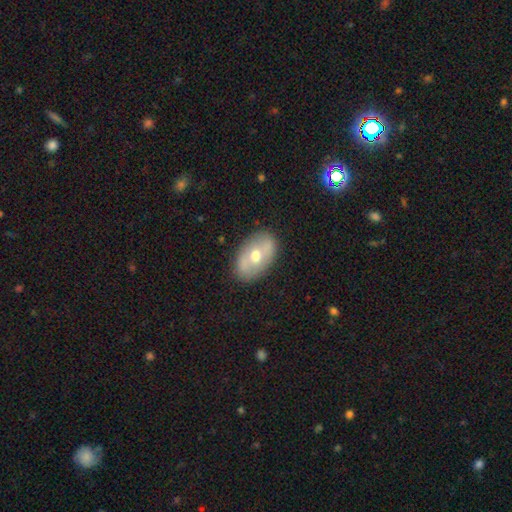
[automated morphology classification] smooth 50%, featured or disk 43%, star or artifact 7%. Down the decision tree: how rounded — in between (88%); merging — none (84%).